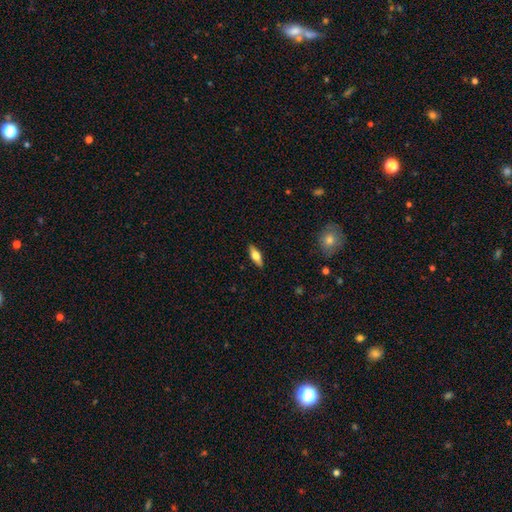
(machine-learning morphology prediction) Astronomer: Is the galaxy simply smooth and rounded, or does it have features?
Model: smooth — 53% (runner-up: featured or disk, 40%).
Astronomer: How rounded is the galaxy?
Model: in between — 59% (runner-up: cigar-shaped, 38%).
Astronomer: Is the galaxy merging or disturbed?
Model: none — 89%.